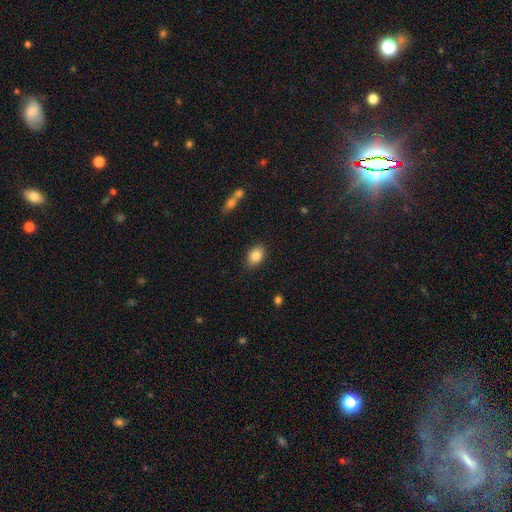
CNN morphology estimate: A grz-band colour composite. It shows a smooth galaxy with no disk features (85%) that is in between round and cigar-shaped (83%). Merging: none (85%).